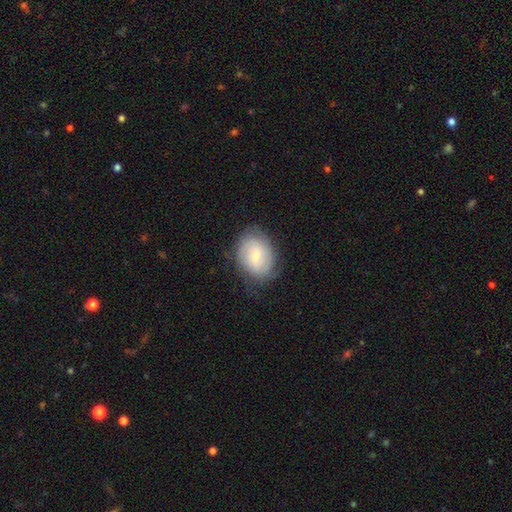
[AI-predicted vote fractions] Smooth or featured?
  - smooth: 52% *
  - featured or disk: 40%
  - star or artifact: 7%
How rounded?
  - in between: 64% *
  - round: 35%
  - cigar-shaped: 1%
Merging?
  - none: 72% *
  - minor disturbance: 20%
  - major disturbance: 7%
  - merger: 1%